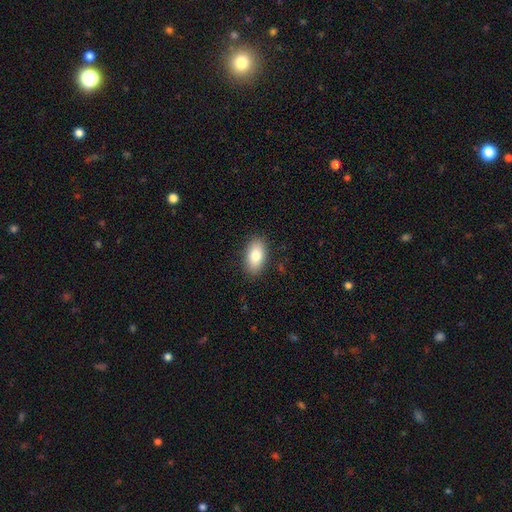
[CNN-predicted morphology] smooth-or-featured: smooth: 81% | featured or disk: 12% | star or artifact: 7%
  how-rounded: in between: 92% | round: 5% | cigar-shaped: 3%
  merging: none: 88% | minor disturbance: 9% | major disturbance: 2% | merger: 1%